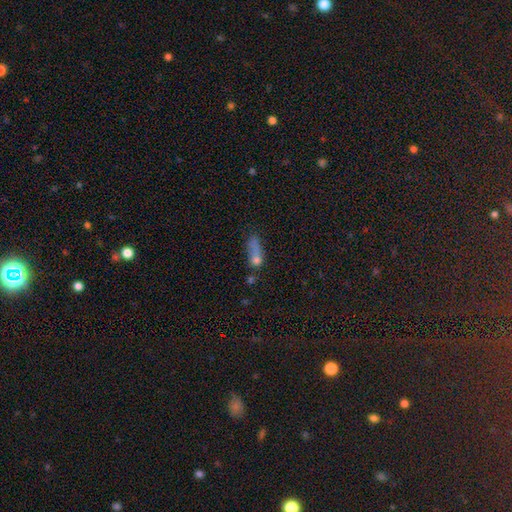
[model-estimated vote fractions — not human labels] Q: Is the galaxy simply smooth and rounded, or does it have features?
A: smooth — 64%.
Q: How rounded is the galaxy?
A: in between — 52%.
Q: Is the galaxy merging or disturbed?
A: merger — 29%.